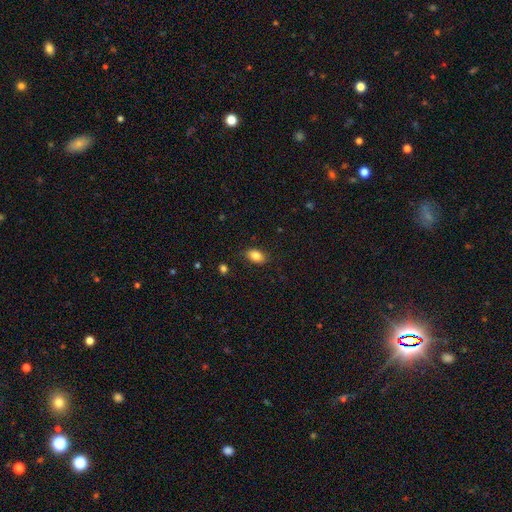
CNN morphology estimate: smooth-or-featured: smooth: 84% | star or artifact: 8% | featured or disk: 8%
  how-rounded: in between: 89% | round: 9% | cigar-shaped: 2%
  merging: none: 82% | minor disturbance: 14% | major disturbance: 3% | merger: 1%